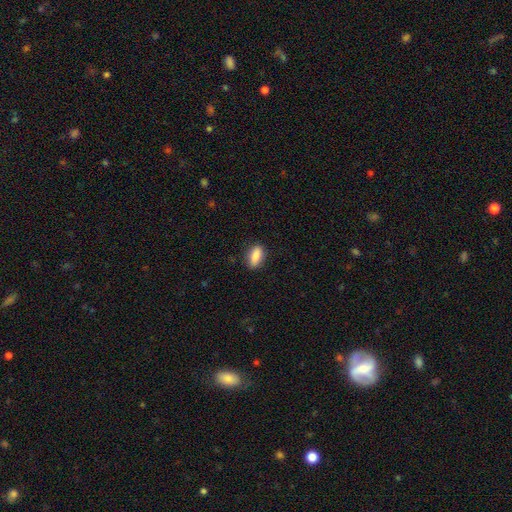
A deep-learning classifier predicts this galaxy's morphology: Smooth or featured? smooth (86%)
How rounded? in between (81%)
Merging? none (85%)